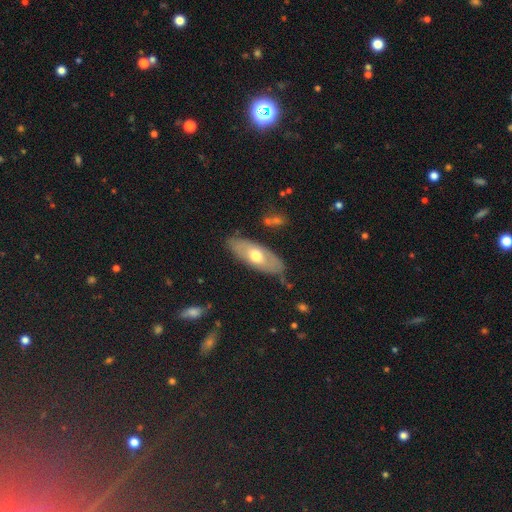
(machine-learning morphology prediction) smooth 52%, featured or disk 42%, star or artifact 6%. Down the decision tree: how rounded — in between (78%); merging — none (76%).